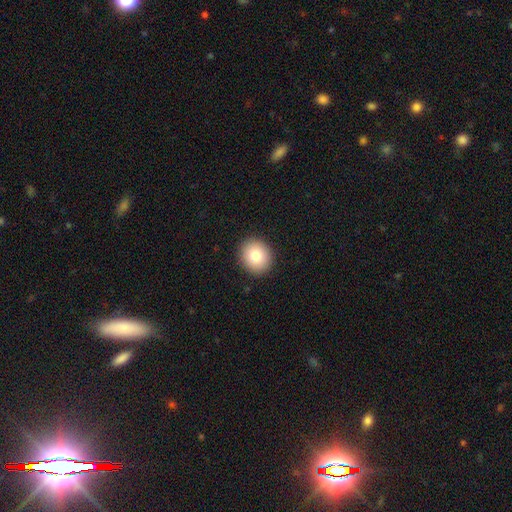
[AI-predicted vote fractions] The model was most divided on "how rounded": round: 77%, in between: 22%, cigar-shaped: 1%. More confident: merging — none (91%); smooth or featured — smooth (81%).